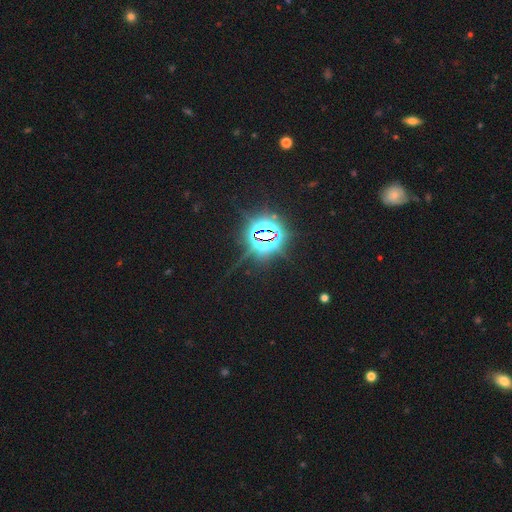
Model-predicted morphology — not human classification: smooth_or_featured: star or artifact (p=0.81) [alt: smooth p=0.14]